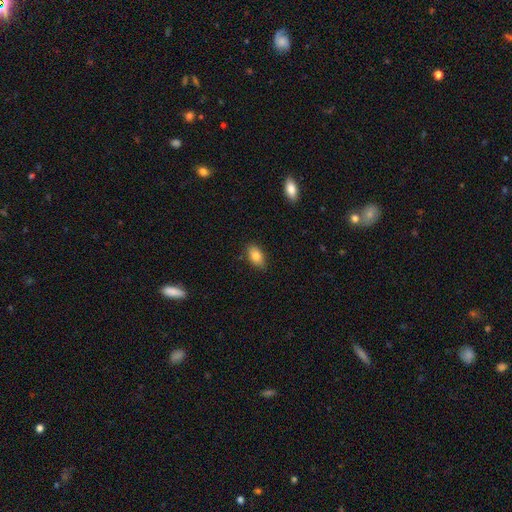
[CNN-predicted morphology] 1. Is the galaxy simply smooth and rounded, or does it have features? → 82% smooth, 10% featured or disk, 8% star or artifact.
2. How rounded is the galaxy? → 90% in between, 6% round, 4% cigar-shaped.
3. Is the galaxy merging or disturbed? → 84% none, 12% minor disturbance, 2% major disturbance, 1% merger.